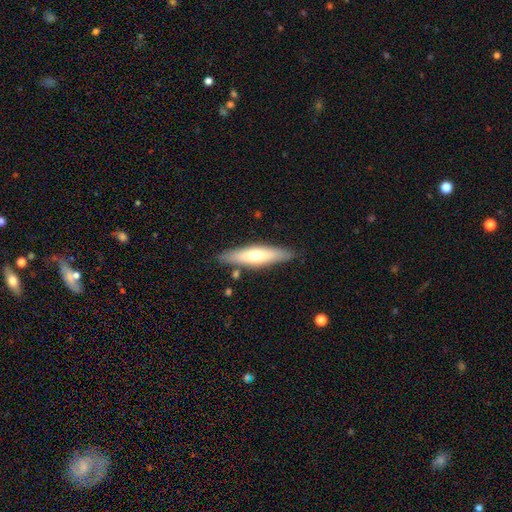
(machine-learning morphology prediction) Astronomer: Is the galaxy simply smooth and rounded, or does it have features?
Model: smooth — 55% (runner-up: featured or disk, 39%).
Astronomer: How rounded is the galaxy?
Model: cigar-shaped — 74%.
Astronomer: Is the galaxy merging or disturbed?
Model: none — 84%.